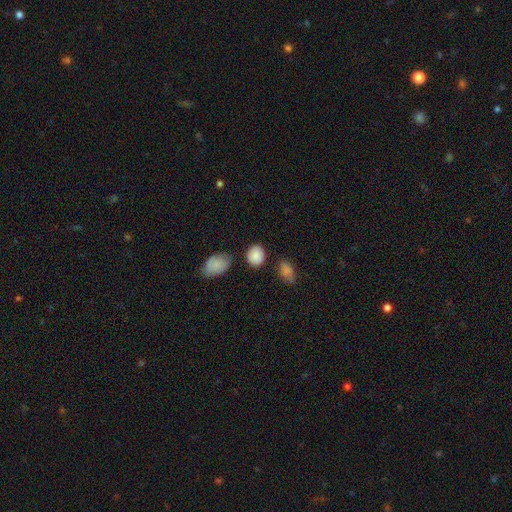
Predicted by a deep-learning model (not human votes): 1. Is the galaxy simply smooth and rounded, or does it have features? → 87% smooth, 9% star or artifact, 4% featured or disk.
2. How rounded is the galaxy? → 61% round, 38% in between, 1% cigar-shaped.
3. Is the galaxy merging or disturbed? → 81% none, 12% minor disturbance, 5% merger, 3% major disturbance.